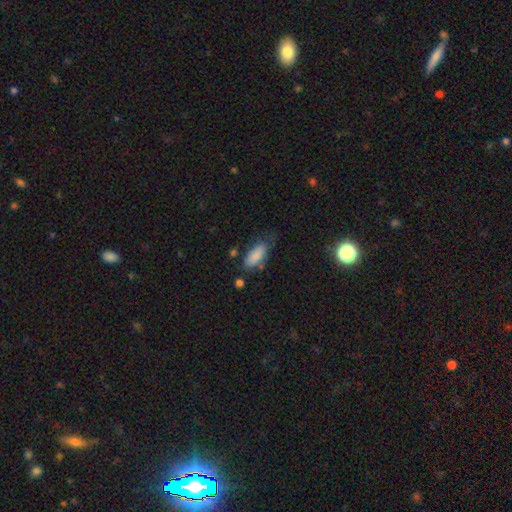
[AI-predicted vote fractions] Smooth or featured? Predicted: smooth (p=0.84). How rounded? Predicted: in between (p=0.82). Merging? Predicted: none (p=0.53).